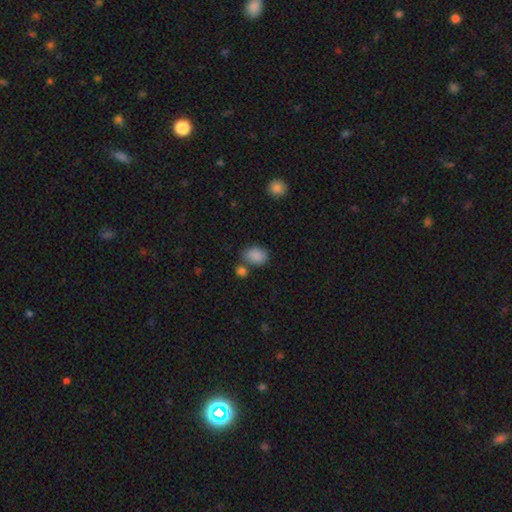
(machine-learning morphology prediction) Overall: smooth (86%). How rounded: in between (70%). Merging: none (61%).